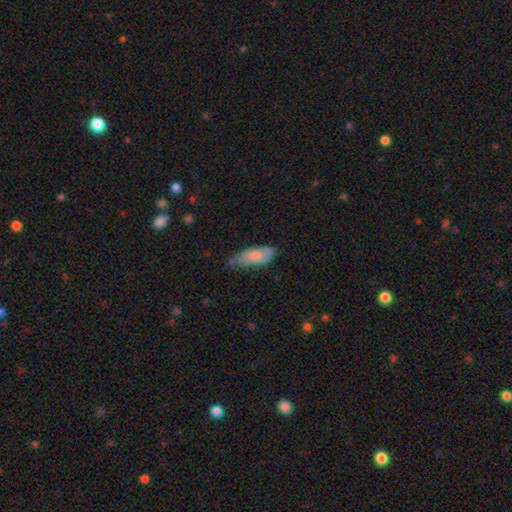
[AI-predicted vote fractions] Smooth or featured? Predicted: smooth (p=0.74). How rounded? Predicted: in between (p=0.71). Merging? Predicted: none (p=0.56).